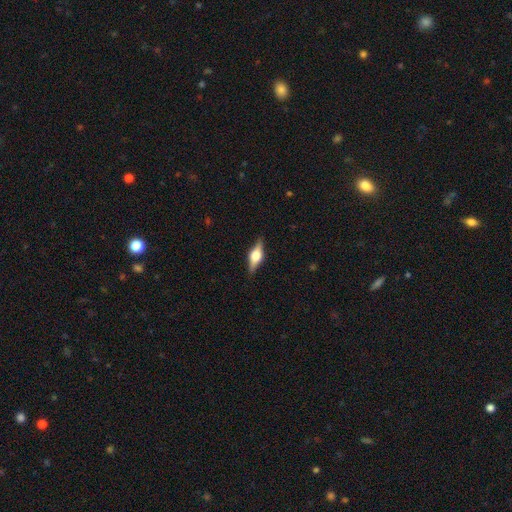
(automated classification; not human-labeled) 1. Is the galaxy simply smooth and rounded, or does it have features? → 66% featured or disk, 27% smooth, 7% star or artifact.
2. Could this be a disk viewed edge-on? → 96% yes, 4% no.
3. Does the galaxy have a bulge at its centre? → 92% rounded, 6% boxy, 1% none.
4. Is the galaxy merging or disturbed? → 87% none, 10% minor disturbance, 2% major disturbance, 1% merger.